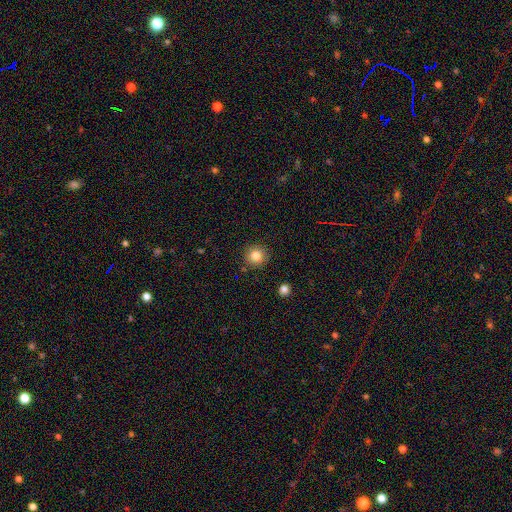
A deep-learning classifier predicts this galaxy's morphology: Smooth or featured: smooth — 83% (star or artifact — 11%)
How rounded: round — 93% (in between — 6%)
Merging: none — 89% (minor disturbance — 7%)